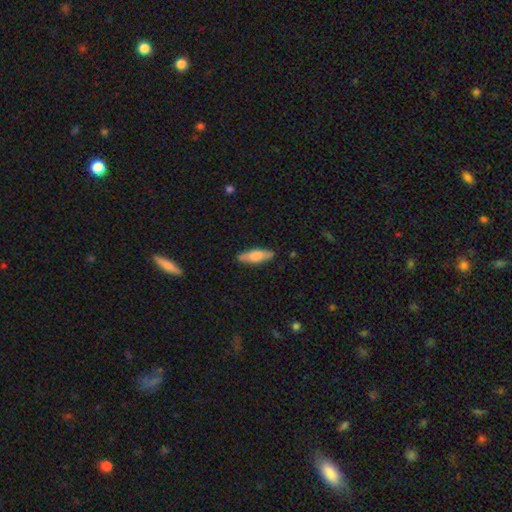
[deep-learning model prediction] The model was most divided on "how rounded" (2-way tie): cigar-shaped: 49%, in between: 49%, round: 2%. More confident: merging — none (86%); smooth or featured — smooth (71%).